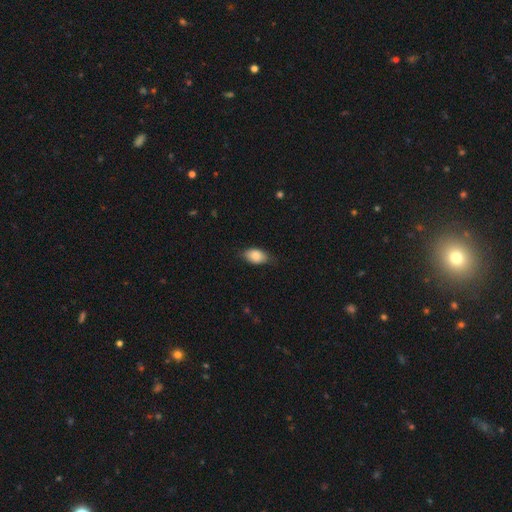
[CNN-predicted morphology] Smooth or featured? Predicted: smooth (p=0.84). How rounded? Predicted: in between (p=0.89). Merging? Predicted: none (p=0.73).